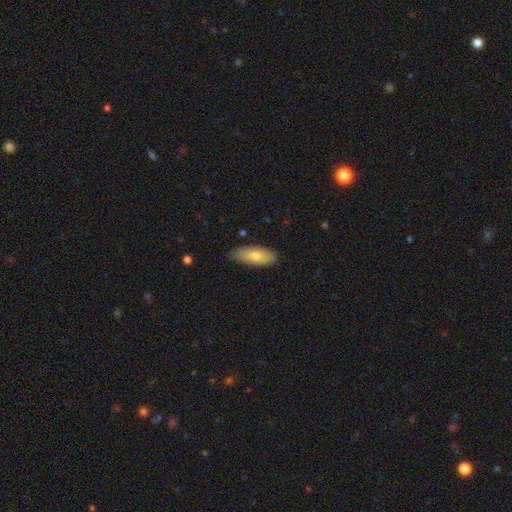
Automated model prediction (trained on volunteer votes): Smooth or featured? Predicted: smooth (p=0.70). How rounded? Predicted: in between (p=0.71). Merging? Predicted: none (p=0.77).